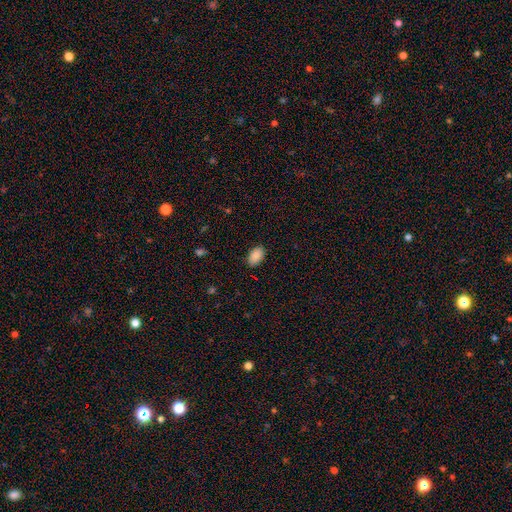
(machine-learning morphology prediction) This is clearly a smooth galaxy (89%). How rounded: clearly in between (93%). Merging: clearly none (86%).